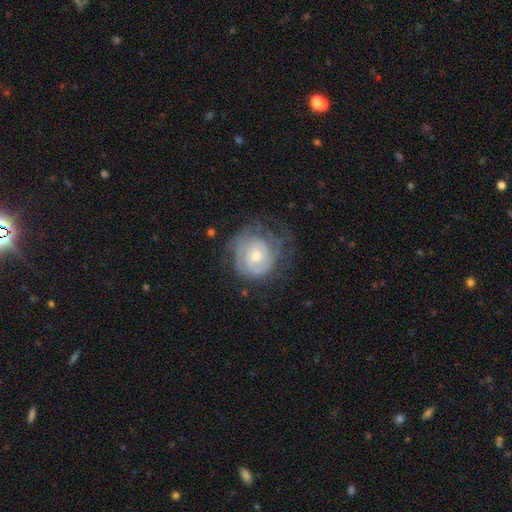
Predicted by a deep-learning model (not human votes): A featured or disk galaxy (77%) with no bar (73%), tight (71%) spiral arms (90%) and a small central bulge (54%).

Vote fractions:
- Smooth or featured? featured or disk: 77% / smooth: 17% / star or artifact: 7%
- Edge-on disk? no: 98% / yes: 2%
- Bar? no: 73% / weak: 23% / strong: 4%
- Spiral arms? yes: 90% / no: 10%
- Spiral winding? tight: 71% / medium: 22% / loose: 7%
- Spiral arm count? can't tell: 45% / 2: 26% / 3: 13% / 4: 6% / 1: 6% / more than 4: 4%
- Bulge size? small: 54% / moderate: 40% / large: 3% / none: 2% / dominant: 1%
- Merging? none: 61% / minor disturbance: 22% / major disturbance: 16% / merger: 1%